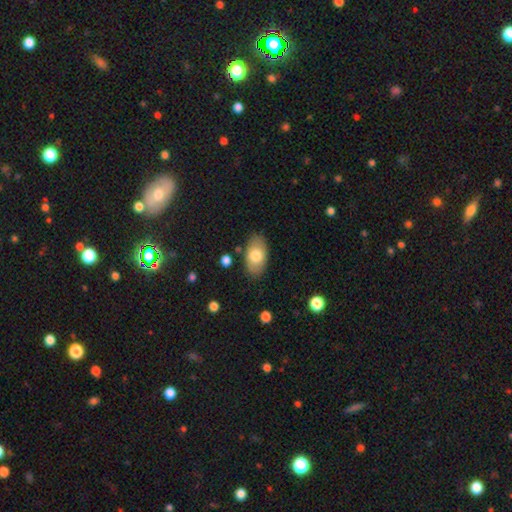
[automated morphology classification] Smooth or featured: smooth — 75% (featured or disk — 18%)
How rounded: in between — 93% (round — 5%)
Merging: none — 83% (minor disturbance — 12%)